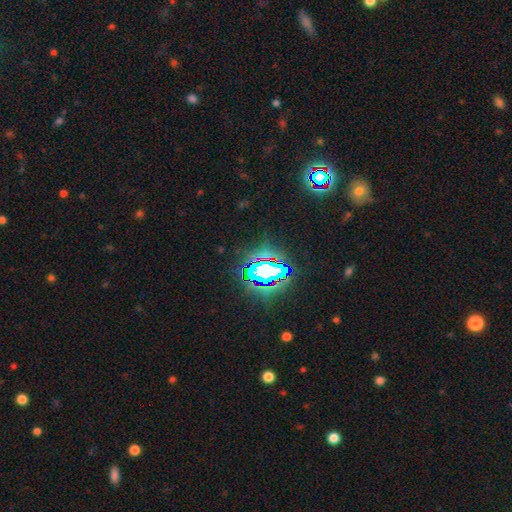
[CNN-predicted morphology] type=star or artifact (83%).